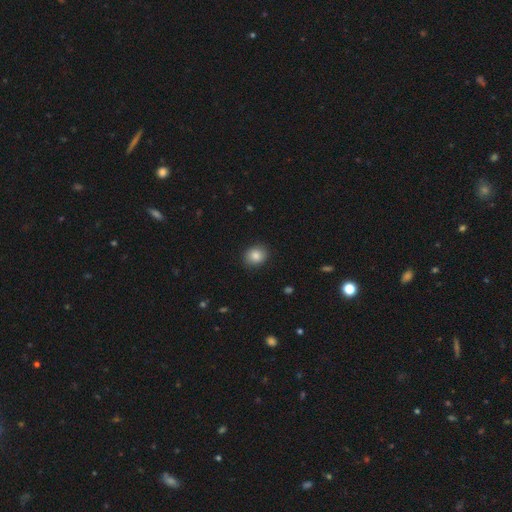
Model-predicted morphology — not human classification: Smooth or featured? smooth (85%)
How rounded? round (68%)
Merging? none (88%)